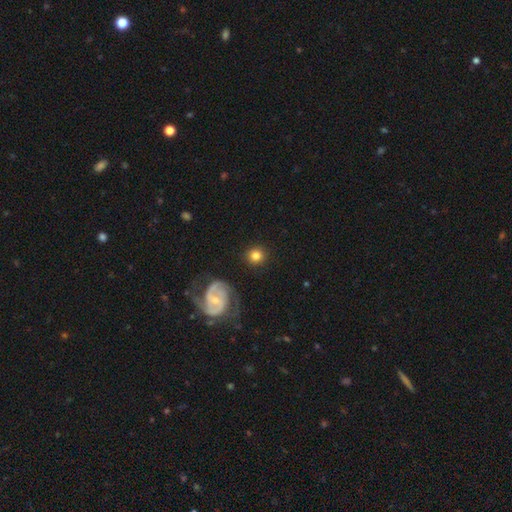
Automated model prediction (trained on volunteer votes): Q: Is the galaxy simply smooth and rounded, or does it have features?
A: smooth — 74%.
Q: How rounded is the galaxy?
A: round — 92%.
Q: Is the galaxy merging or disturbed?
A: none — 88%.